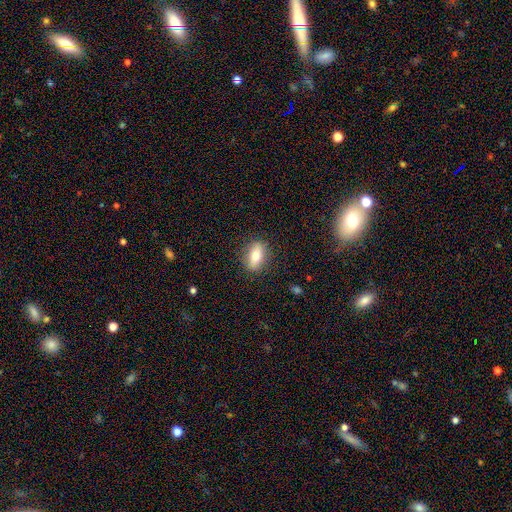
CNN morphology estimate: A smooth galaxy with no disk features (67%) that is in between round and cigar-shaped (75%). Merging: none (85%).